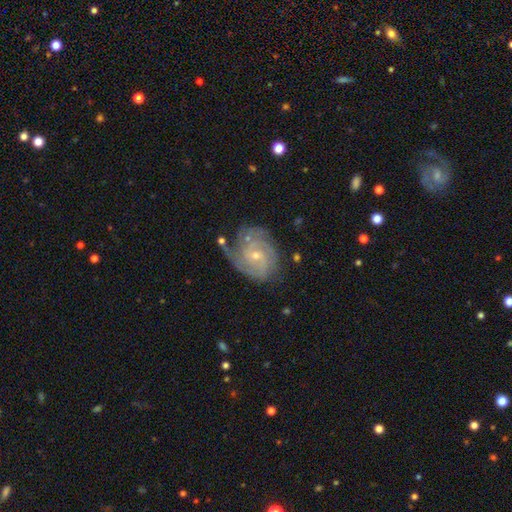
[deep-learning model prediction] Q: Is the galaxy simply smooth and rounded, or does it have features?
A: featured or disk — 84%.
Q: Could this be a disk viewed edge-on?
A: no — 97%.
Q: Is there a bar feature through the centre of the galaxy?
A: no — 61%.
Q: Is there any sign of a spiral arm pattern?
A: yes — 95%.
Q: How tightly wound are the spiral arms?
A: tight — 59%.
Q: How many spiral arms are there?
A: can't tell — 29%.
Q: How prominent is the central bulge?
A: small — 67%.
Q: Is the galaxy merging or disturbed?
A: none — 63%.